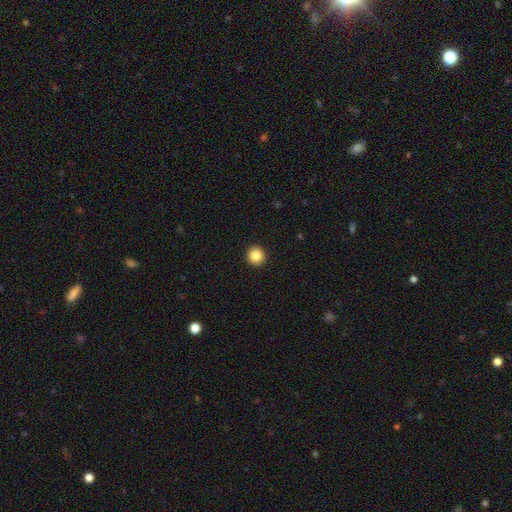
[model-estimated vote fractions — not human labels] The model was most divided on "smooth or featured": smooth: 87%, star or artifact: 9%, featured or disk: 4%. More confident: merging — none (93%); how rounded — round (92%).